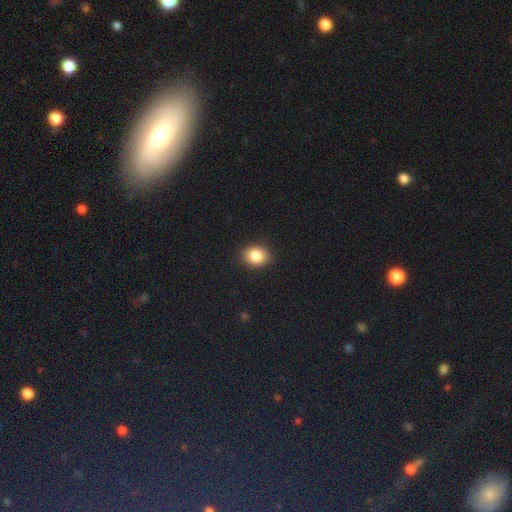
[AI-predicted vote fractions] smooth-or-featured: smooth: 85% | star or artifact: 10% | featured or disk: 5%
  how-rounded: round: 55% | in between: 44% | cigar-shaped: 1%
  merging: none: 90% | minor disturbance: 7% | major disturbance: 2% | merger: 1%